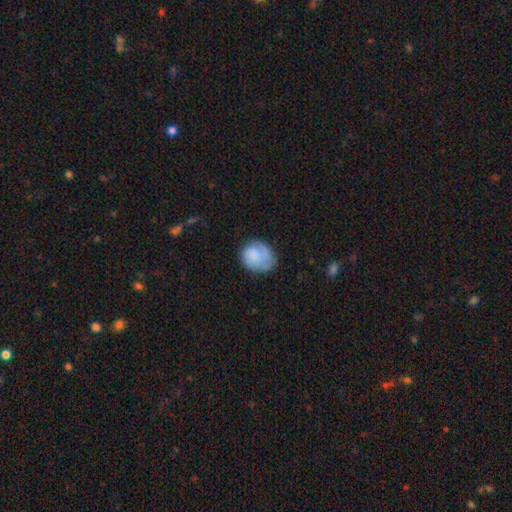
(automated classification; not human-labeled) A smooth galaxy with no disk features (74%) that is round (60%). Merging: none (61%).